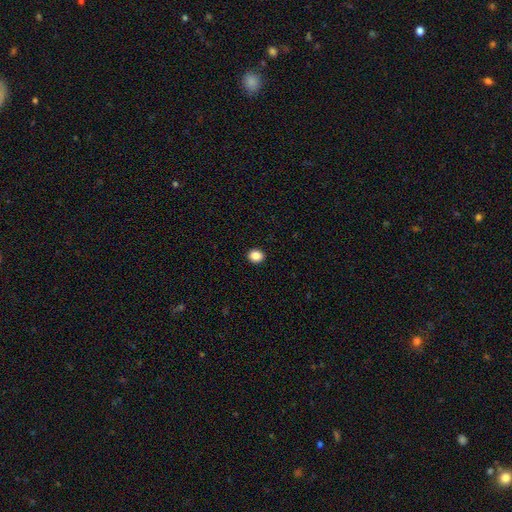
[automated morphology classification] Smooth or featured?
  - smooth: 88% *
  - star or artifact: 10%
  - featured or disk: 3%
How rounded?
  - round: 73% *
  - in between: 26%
  - cigar-shaped: 1%
Merging?
  - none: 93% *
  - minor disturbance: 5%
  - major disturbance: 2%
  - merger: 1%